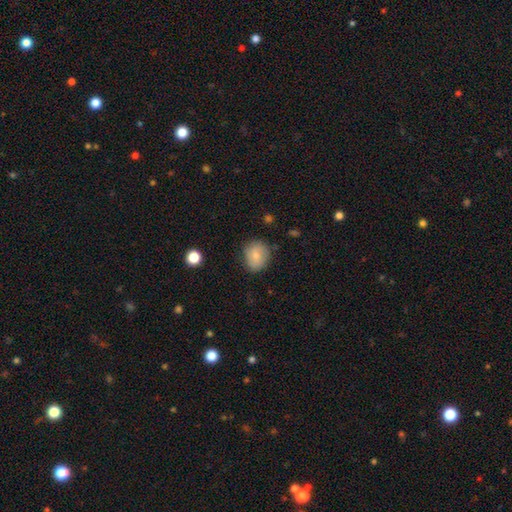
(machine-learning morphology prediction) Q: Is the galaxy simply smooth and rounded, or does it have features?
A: smooth — 80%.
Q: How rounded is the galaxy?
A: round — 63%.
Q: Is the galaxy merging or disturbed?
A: none — 77%.